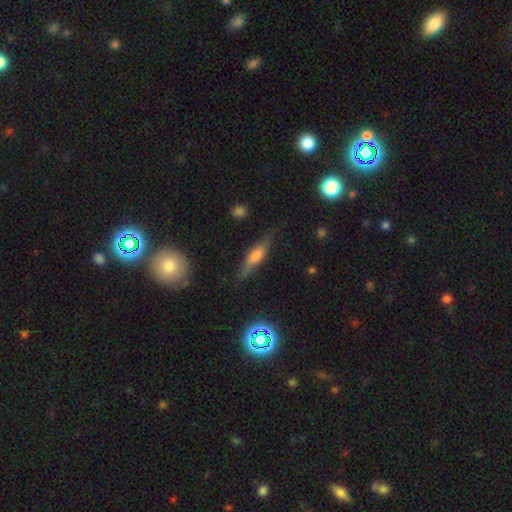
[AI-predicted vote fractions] Overall: featured or disk (53%; smooth 38%). Edge-on disk: yes (90%). Merging: none (80%).